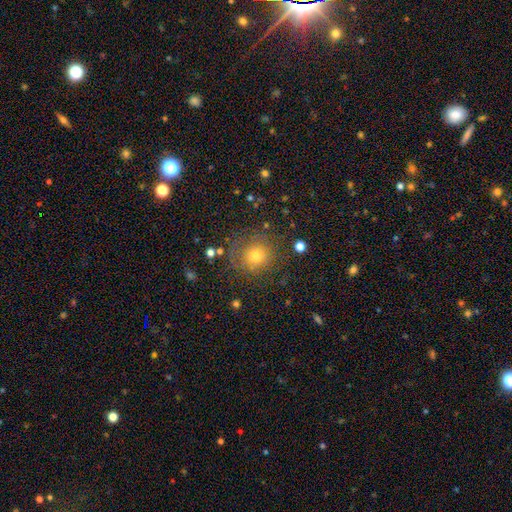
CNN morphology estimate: smooth 68%, star or artifact 19%, featured or disk 13%. Down the decision tree: how rounded — round (91%); merging — none (77%).